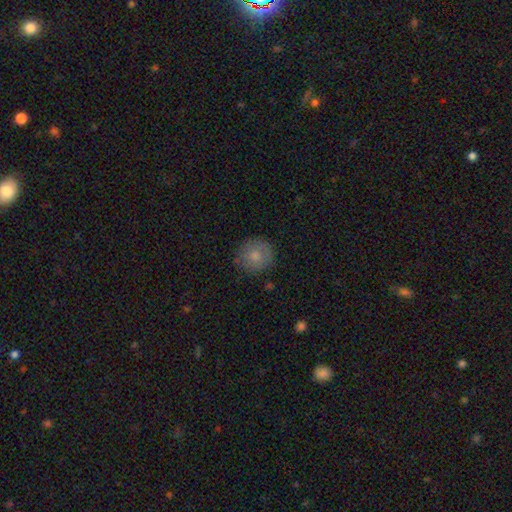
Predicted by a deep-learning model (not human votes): Smooth or featured?
  - smooth: 80% *
  - featured or disk: 12%
  - star or artifact: 8%
How rounded?
  - round: 93% *
  - in between: 7%
  - cigar-shaped: 1%
Merging?
  - none: 84% *
  - minor disturbance: 12%
  - major disturbance: 3%
  - merger: 1%